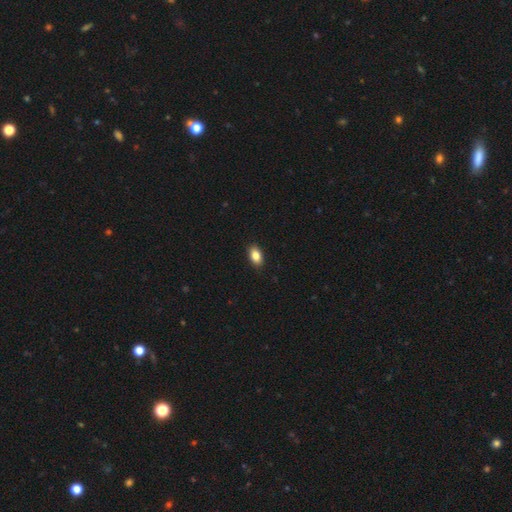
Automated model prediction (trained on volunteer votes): A smooth galaxy with no disk features (85%) that is in between round and cigar-shaped (89%).

Vote fractions:
- Smooth or featured? smooth: 85% / star or artifact: 8% / featured or disk: 7%
- How rounded? in between: 89% / round: 9% / cigar-shaped: 2%
- Merging? none: 90% / minor disturbance: 7% / major disturbance: 2% / merger: 1%